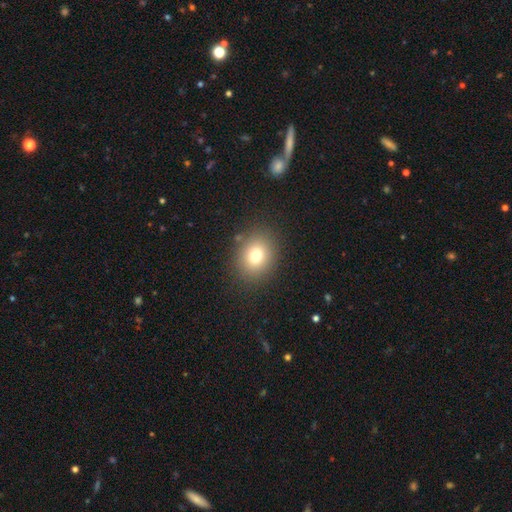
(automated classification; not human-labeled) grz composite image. It shows a smooth galaxy with no disk features (76%) that is round (60%). Merging: none (86%).